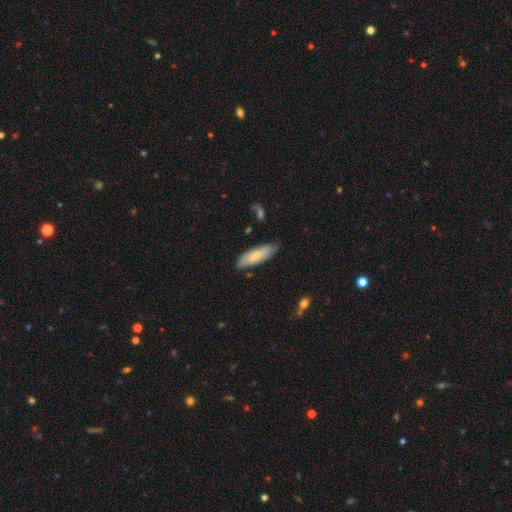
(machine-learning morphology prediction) A smooth galaxy with no disk features (70%) that is cigar-shaped (52%).

Vote fractions:
- Smooth or featured? smooth: 70% / featured or disk: 24% / star or artifact: 6%
- How rounded? cigar-shaped: 52% / in between: 46% / round: 2%
- Merging? none: 77% / minor disturbance: 18% / major disturbance: 3% / merger: 2%